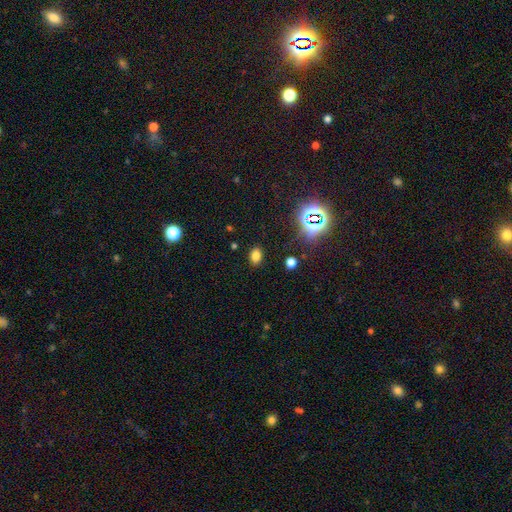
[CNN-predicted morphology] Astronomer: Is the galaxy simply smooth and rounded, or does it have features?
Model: smooth — 72%.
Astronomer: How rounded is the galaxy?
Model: in between — 76%.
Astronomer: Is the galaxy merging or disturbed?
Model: none — 86%.